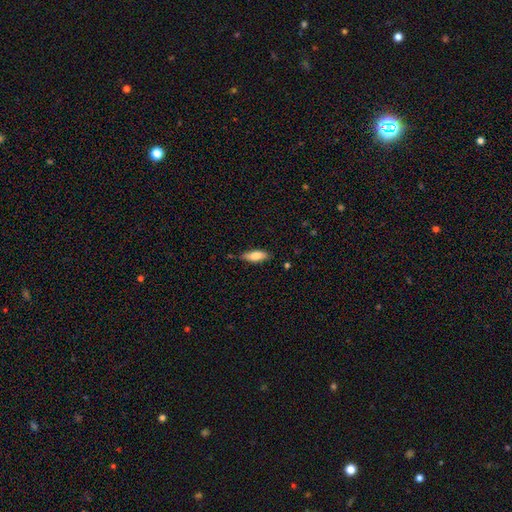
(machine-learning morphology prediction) smooth-or-featured: smooth: 78% | featured or disk: 16% | star or artifact: 6%
  how-rounded: in between: 70% | cigar-shaped: 27% | round: 2%
  merging: none: 75% | minor disturbance: 20% | major disturbance: 3% | merger: 2%